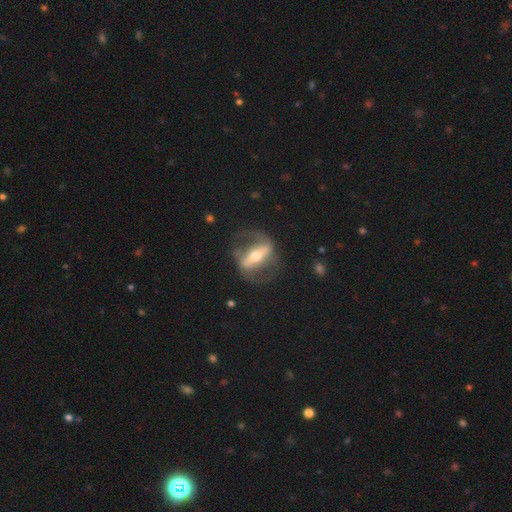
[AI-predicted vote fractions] This appears to be a featured or disk galaxy (81%) with a strong bar (78%), spiral arms (58%) and a moderate central bulge (62%). Merging: none (66%).